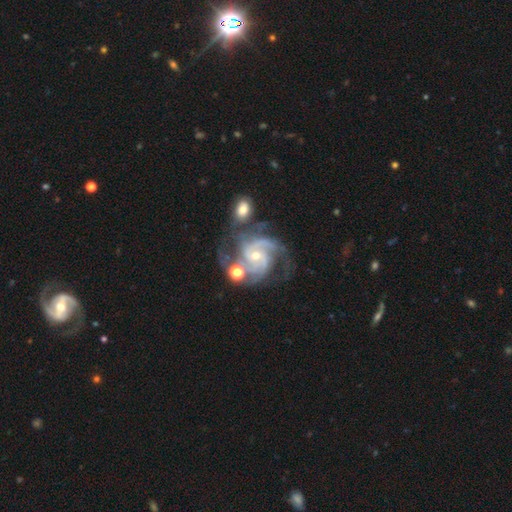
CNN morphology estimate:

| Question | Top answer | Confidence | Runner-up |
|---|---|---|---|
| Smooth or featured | featured or disk | 91% | star or artifact (5%) |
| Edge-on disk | no | 98% | yes (2%) |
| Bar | no | 57% | weak (32%) |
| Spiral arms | yes | 98% | no (2%) |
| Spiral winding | medium | 47% | tight (45%) |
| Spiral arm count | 3 | 42% | 2 (29%) |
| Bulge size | small | 64% | moderate (33%) |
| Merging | none | 51% | minor disturbance (20%) |